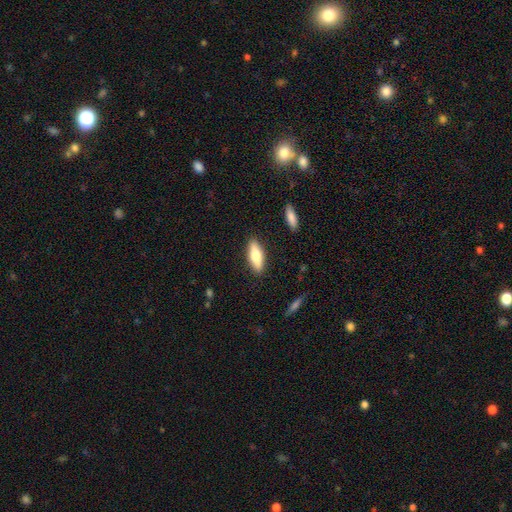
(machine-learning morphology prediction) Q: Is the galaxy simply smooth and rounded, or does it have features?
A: smooth — 72%.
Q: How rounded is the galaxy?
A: in between — 58%.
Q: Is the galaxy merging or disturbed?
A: none — 88%.